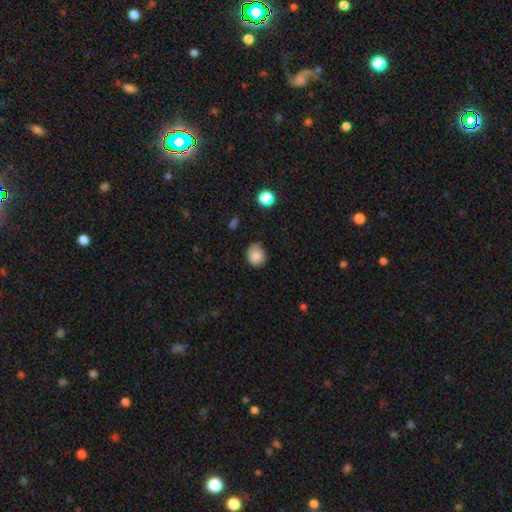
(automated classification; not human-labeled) Smooth or featured? Predicted: smooth (p=0.86). How rounded? Predicted: round (p=0.75). Merging? Predicted: none (p=0.67).